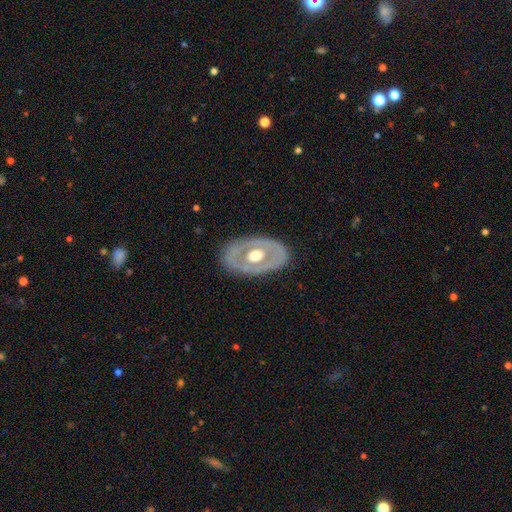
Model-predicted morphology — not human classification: A featured or disk galaxy (61%) with no bar (90%), no spiral arms (92%) and a moderate central bulge (67%). Merging: none (81%).